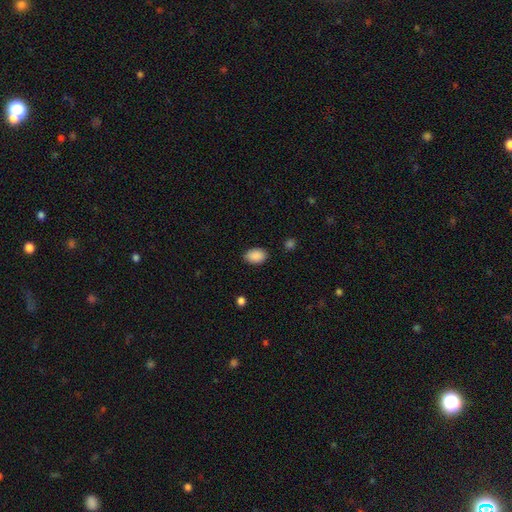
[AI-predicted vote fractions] This appears to be a smooth galaxy with no disk features (90%) that is in between round and cigar-shaped (87%). Merging: none (87%).